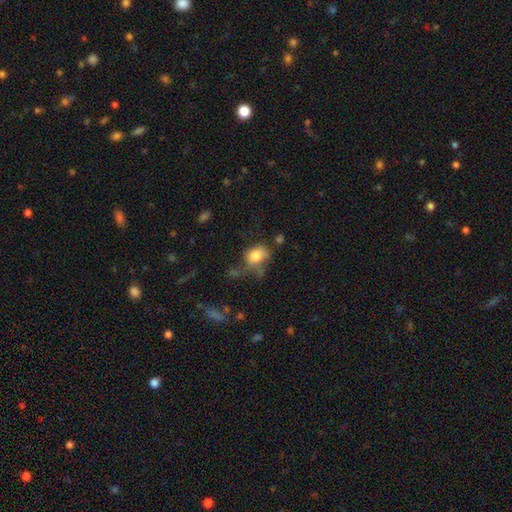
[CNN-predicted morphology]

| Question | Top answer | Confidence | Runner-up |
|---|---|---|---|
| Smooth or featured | smooth | 79% | featured or disk (11%) |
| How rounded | in between | 65% | round (34%) |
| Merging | none | 40% | minor disturbance (28%) |